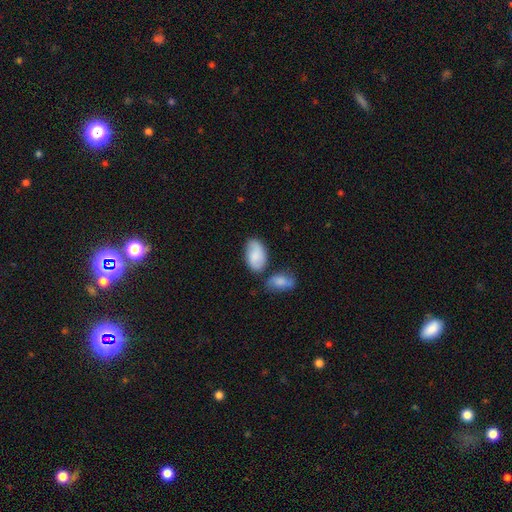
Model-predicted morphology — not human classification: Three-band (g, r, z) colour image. It shows a smooth galaxy with no disk features (75%) that is in between round and cigar-shaped (93%). Merging: none (58%).